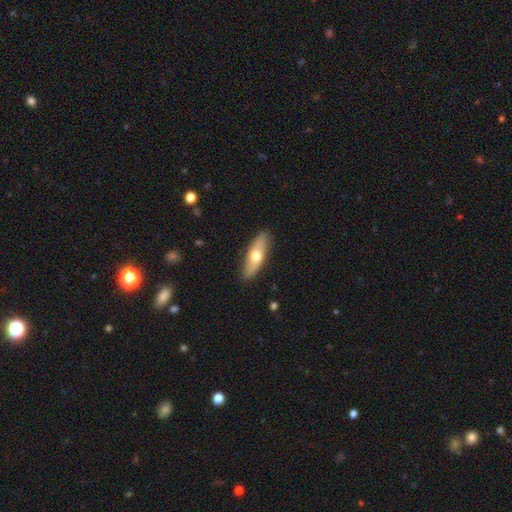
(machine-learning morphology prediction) A smooth galaxy with no disk features (58%) that is in between round and cigar-shaped (52%).

Vote fractions:
- Smooth or featured? smooth: 58% / featured or disk: 37% / star or artifact: 5%
- How rounded? in between: 52% / cigar-shaped: 45% / round: 3%
- Merging? none: 88% / minor disturbance: 9% / major disturbance: 2% / merger: 1%